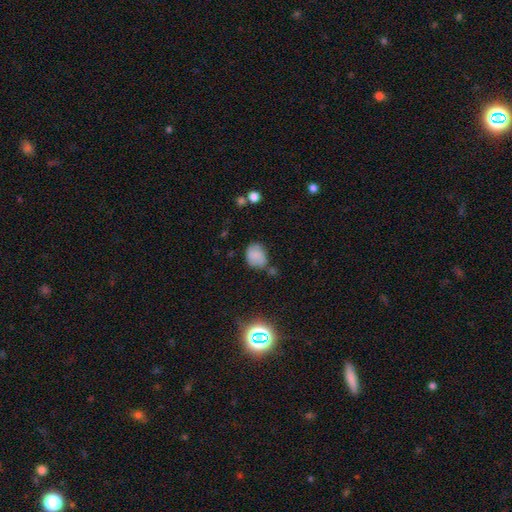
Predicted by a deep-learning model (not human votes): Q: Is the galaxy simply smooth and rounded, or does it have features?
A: smooth — 78%.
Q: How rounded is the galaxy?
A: in between — 50%.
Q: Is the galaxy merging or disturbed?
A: none — 55%.